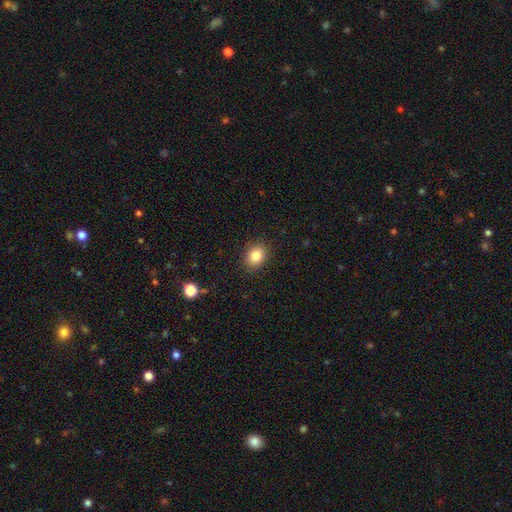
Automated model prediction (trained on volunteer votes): Smooth or featured: smooth — 83% (star or artifact — 10%)
How rounded: in between — 50% (tied with round — 50%)
Merging: none — 89% (minor disturbance — 8%)